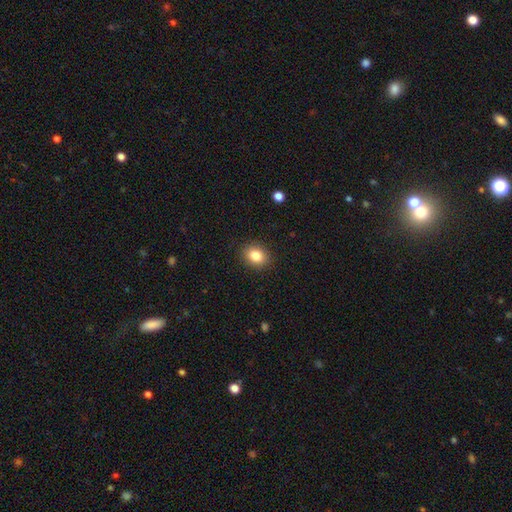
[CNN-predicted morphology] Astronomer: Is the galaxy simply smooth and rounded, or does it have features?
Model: smooth — 84%.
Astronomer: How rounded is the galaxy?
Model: in between — 56% (runner-up: round, 43%).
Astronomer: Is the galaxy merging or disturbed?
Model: none — 89%.